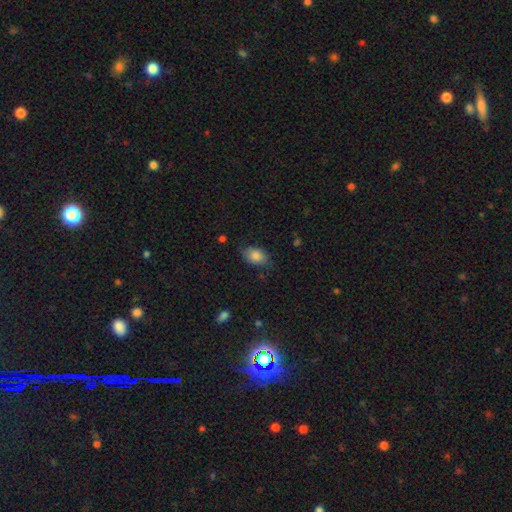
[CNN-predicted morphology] smooth_or_featured: smooth (p=0.83) [alt: featured or disk p=0.09]
how_rounded: in between (p=0.85) [alt: round p=0.13]
merging: none (p=0.73) [alt: minor disturbance p=0.21]